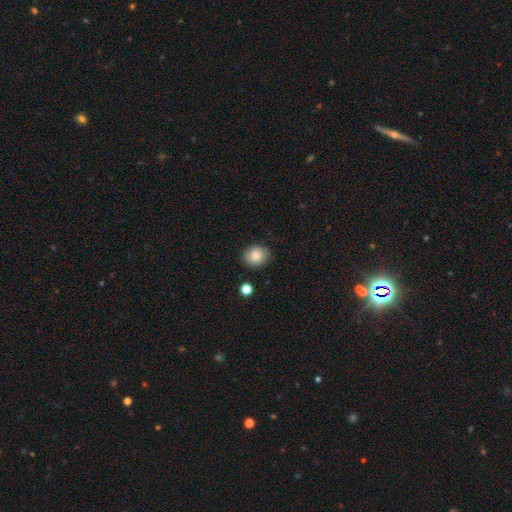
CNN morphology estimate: This appears to be a smooth galaxy with no disk features (83%) that is round (71%). Merging: none (85%).